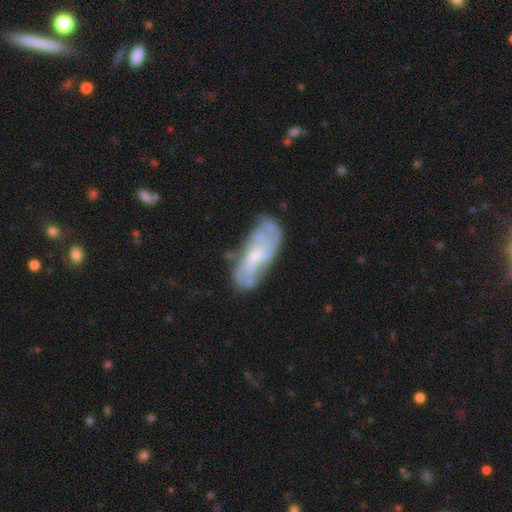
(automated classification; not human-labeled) This appears to be a featured or disk galaxy (63%) with no bar (65%), spiral arms (59%) and a small central bulge (50%). Merging: none (59%).